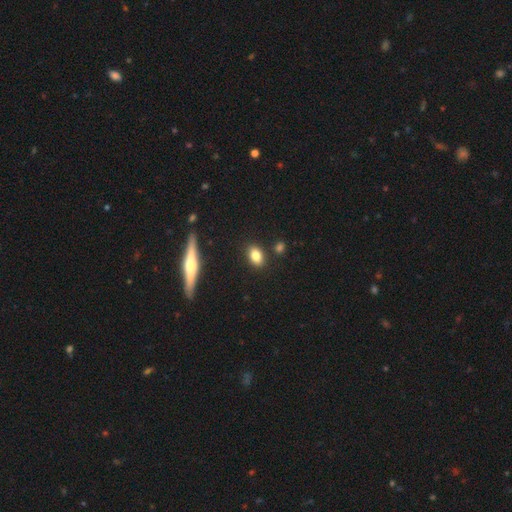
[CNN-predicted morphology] smooth_or_featured: smooth (p=0.81) [alt: featured or disk p=0.10]
how_rounded: in between (p=0.78) [alt: round p=0.18]
merging: none (p=0.87) [alt: minor disturbance p=0.09]